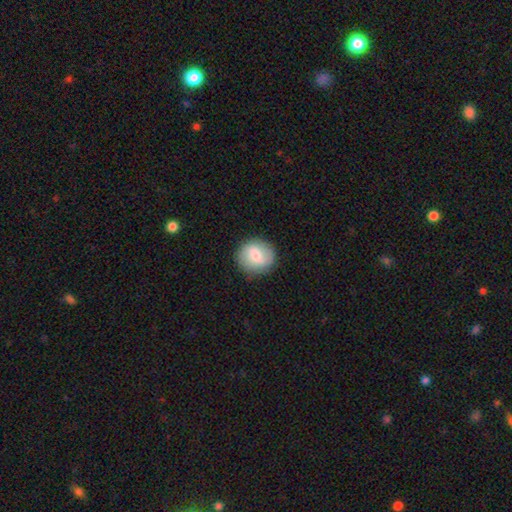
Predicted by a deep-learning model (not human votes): The model was most divided on "smooth or featured": smooth: 60%, featured or disk: 33%, star or artifact: 7%. More confident: how rounded — round (88%); merging — none (87%).